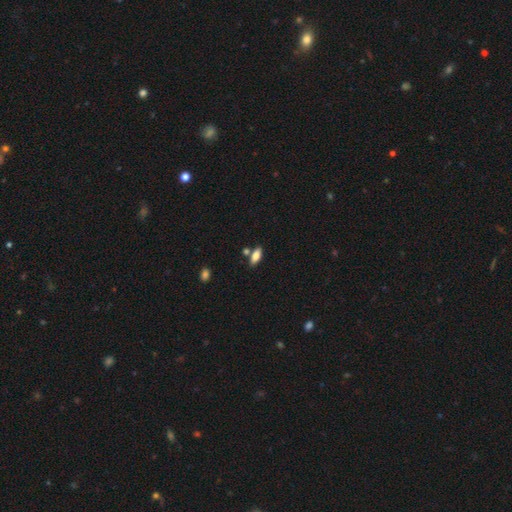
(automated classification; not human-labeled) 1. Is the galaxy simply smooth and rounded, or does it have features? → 77% smooth, 16% featured or disk, 7% star or artifact.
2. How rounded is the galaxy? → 76% in between, 21% cigar-shaped, 3% round.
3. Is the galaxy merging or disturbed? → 72% none, 12% merger, 12% minor disturbance, 3% major disturbance.